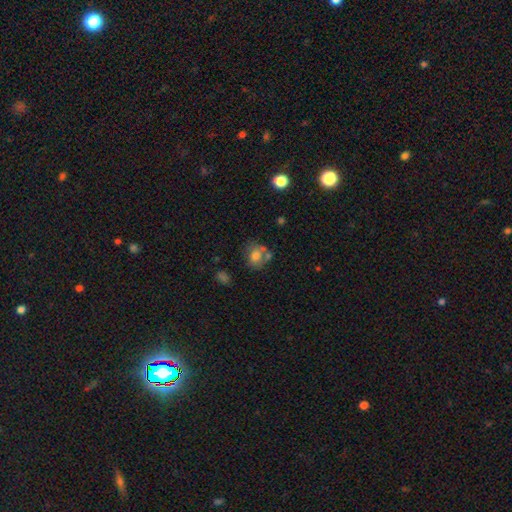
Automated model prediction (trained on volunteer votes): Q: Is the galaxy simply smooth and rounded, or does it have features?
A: smooth — 70%.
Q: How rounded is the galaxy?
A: round — 58%.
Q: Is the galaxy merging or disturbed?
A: none — 48%.